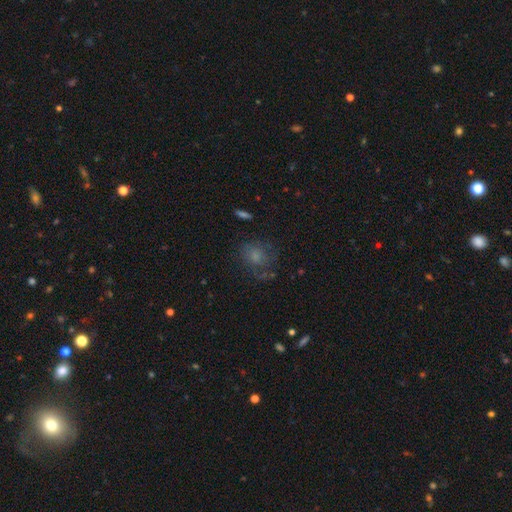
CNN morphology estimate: Overall: smooth (61%; featured or disk 25%). How rounded: round (61%; in between 38%). Merging: none (56%; minor disturbance 22%).